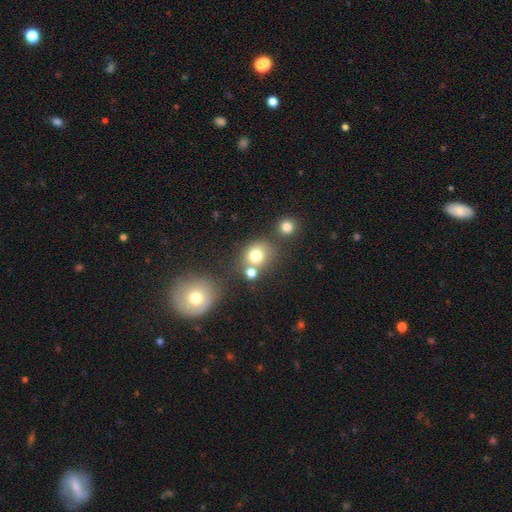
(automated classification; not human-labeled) smooth_or_featured: smooth (p=0.75) [alt: star or artifact p=0.15]
how_rounded: round (p=0.74) [alt: in between p=0.25]
merging: none (p=0.56) [alt: merger p=0.25]